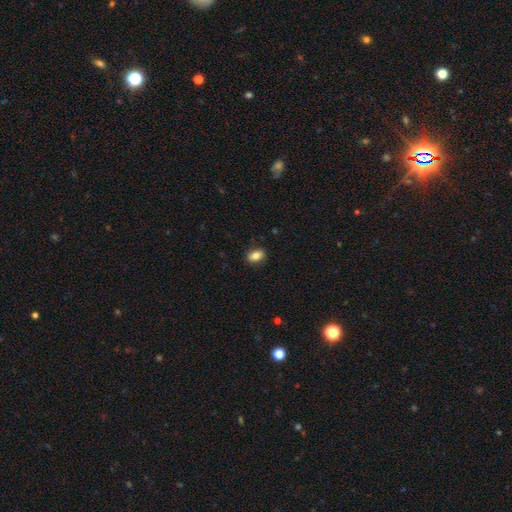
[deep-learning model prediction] smooth 85%, star or artifact 9%, featured or disk 7%. Down the decision tree: how rounded — in between (84%); merging — none (88%).